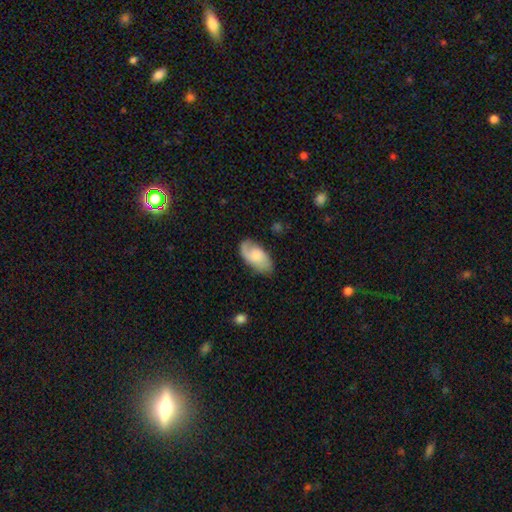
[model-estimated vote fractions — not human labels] Morphology: type=smooth (49%); merging=none (68%).